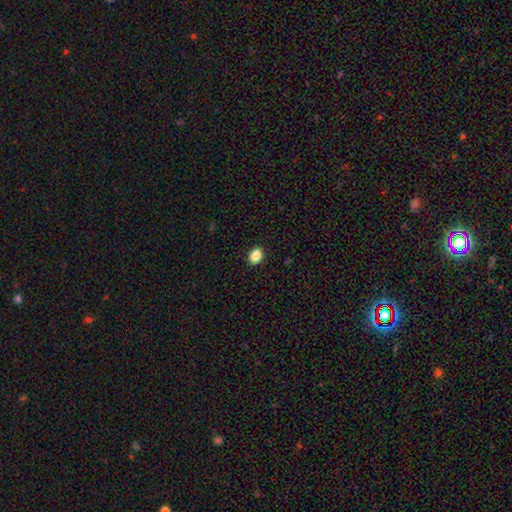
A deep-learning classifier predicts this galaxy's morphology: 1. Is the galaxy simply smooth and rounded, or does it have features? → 88% smooth, 9% star or artifact, 3% featured or disk.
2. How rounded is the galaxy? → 70% in between, 29% round, 1% cigar-shaped.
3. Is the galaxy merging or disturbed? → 91% none, 7% minor disturbance, 2% major disturbance, 1% merger.